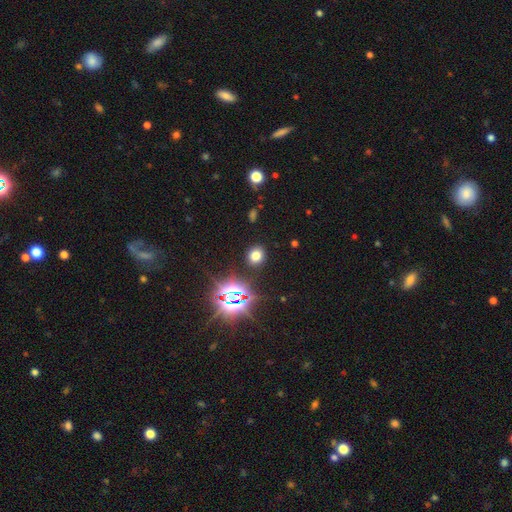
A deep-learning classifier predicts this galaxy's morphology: This is likely a smooth galaxy (68%). How rounded: likely round (69%). Merging: clearly none (88%).